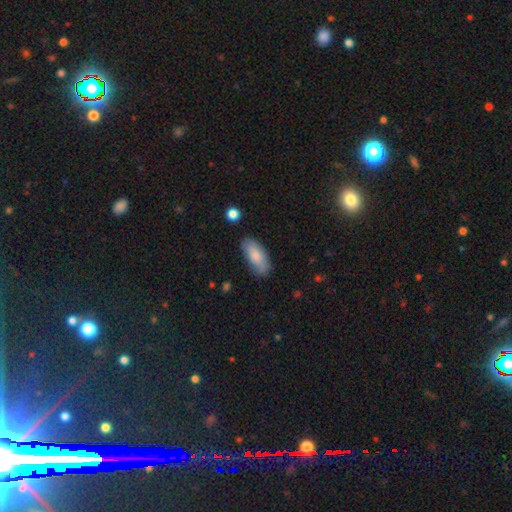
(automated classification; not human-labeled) Smooth or featured: smooth — 82% (featured or disk — 12%)
How rounded: in between — 84% (cigar-shaped — 14%)
Merging: none — 78% (minor disturbance — 17%)